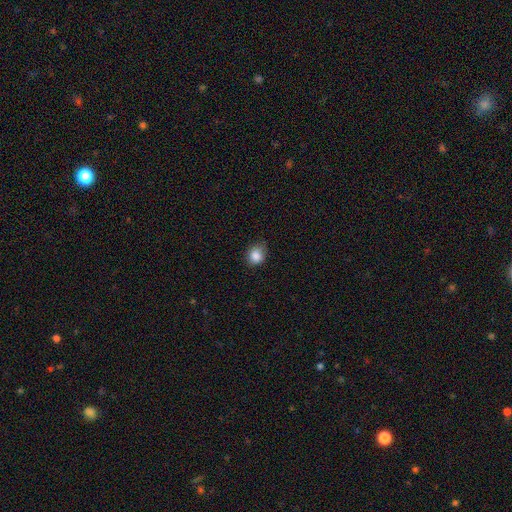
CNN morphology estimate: A smooth galaxy with no disk features (85%) that is round (66%).

Vote fractions:
- Smooth or featured? smooth: 85% / star or artifact: 10% / featured or disk: 5%
- How rounded? round: 66% / in between: 34% / cigar-shaped: 1%
- Merging? none: 68% / minor disturbance: 26% / major disturbance: 5% / merger: 1%